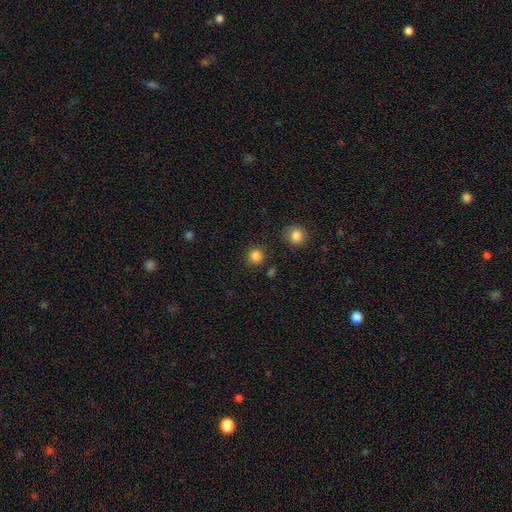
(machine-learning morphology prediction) Smooth or featured: smooth — 85% (star or artifact — 12%)
How rounded: round — 94% (in between — 6%)
Merging: none — 88% (minor disturbance — 6%)